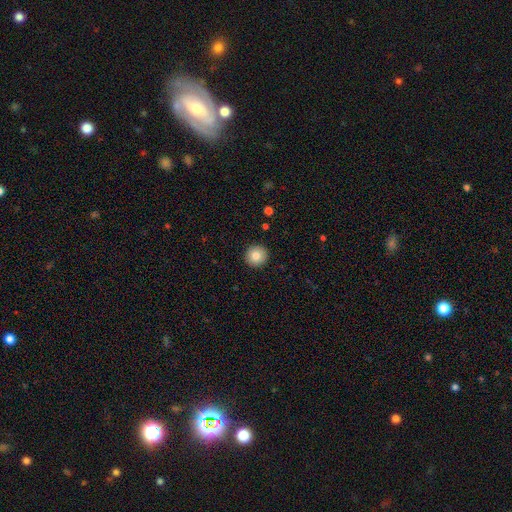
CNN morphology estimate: smooth_or_featured: smooth (p=0.83) [alt: star or artifact p=0.09]
how_rounded: round (p=0.96) [alt: in between p=0.03]
merging: none (p=0.93) [alt: minor disturbance p=0.04]